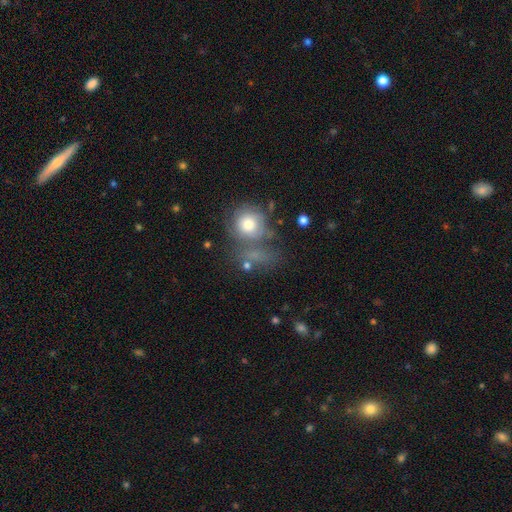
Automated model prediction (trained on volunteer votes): A smooth galaxy with no disk features (61%) that is round (69%). Merging: none (41%).